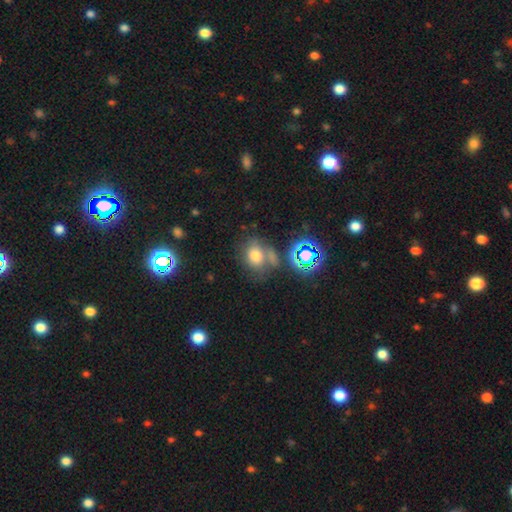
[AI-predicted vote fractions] smooth_or_featured: smooth (p=0.67) [alt: star or artifact p=0.21]
how_rounded: round (p=0.50) [alt: in between p=0.48]
merging: none (p=0.48) [alt: merger p=0.28]